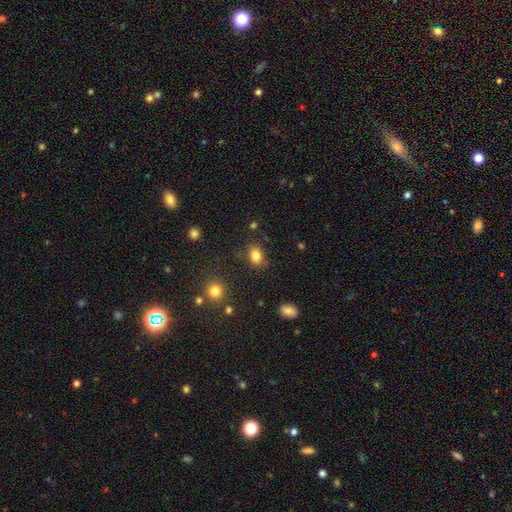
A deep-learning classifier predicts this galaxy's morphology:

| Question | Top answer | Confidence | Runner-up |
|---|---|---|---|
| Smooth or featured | smooth | 84% | star or artifact (11%) |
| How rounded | in between | 58% | round (41%) |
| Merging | none | 80% | minor disturbance (13%) |